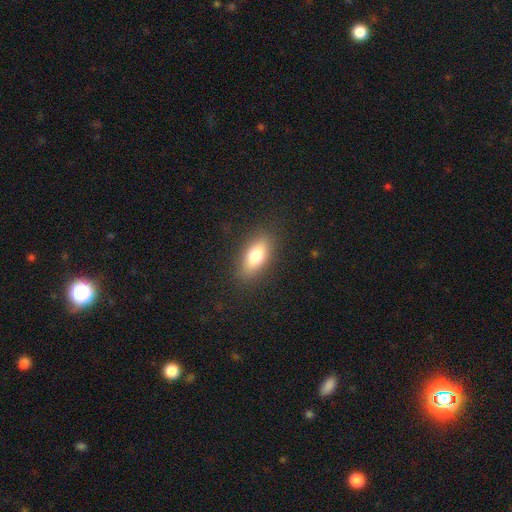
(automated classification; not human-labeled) The model was most divided on "smooth or featured": smooth: 77%, featured or disk: 15%, star or artifact: 8%. More confident: merging — none (86%); how rounded — in between (80%).